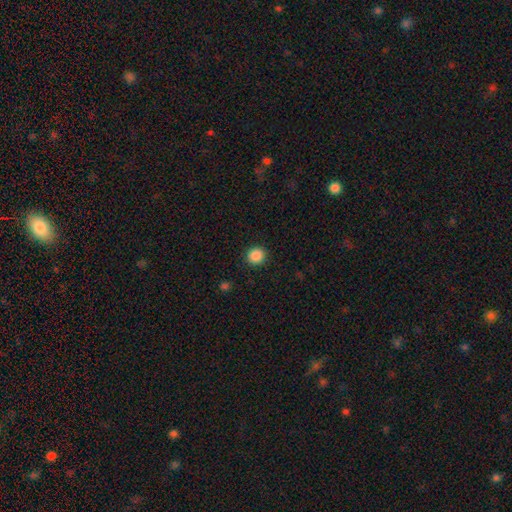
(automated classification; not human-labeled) A smooth galaxy with no disk features (88%) that is round (92%). Merging: none (92%).